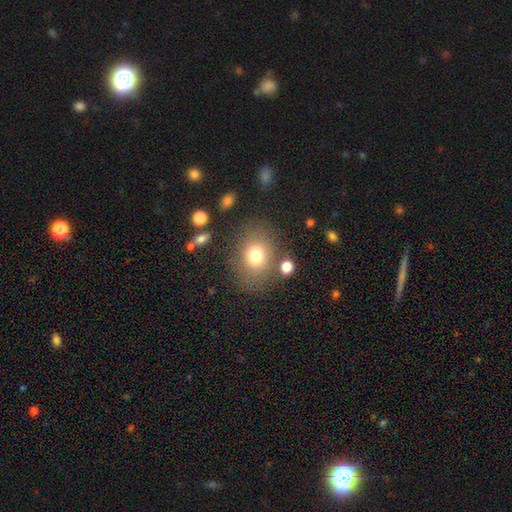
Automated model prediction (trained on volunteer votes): The model was most divided on "how rounded": round: 57%, in between: 42%, cigar-shaped: 1%. More confident: smooth or featured — smooth (76%); merging — none (74%).